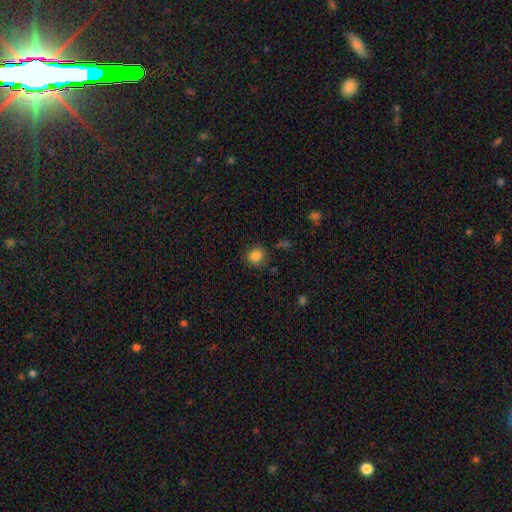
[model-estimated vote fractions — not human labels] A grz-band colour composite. It shows a smooth galaxy with no disk features (84%) that is round (79%). Merging: none (82%).